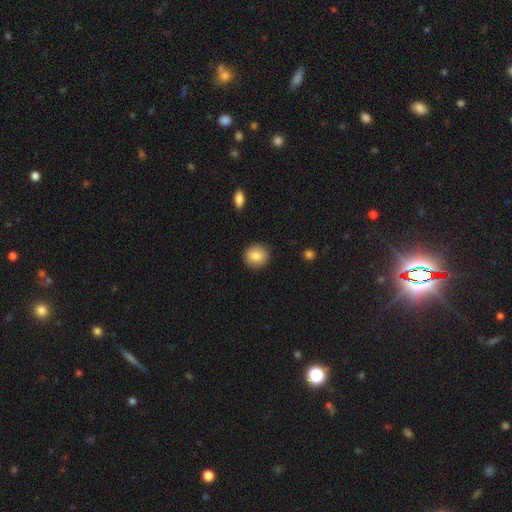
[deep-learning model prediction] Smooth or featured? smooth (85%)
How rounded? round (85%)
Merging? none (90%)